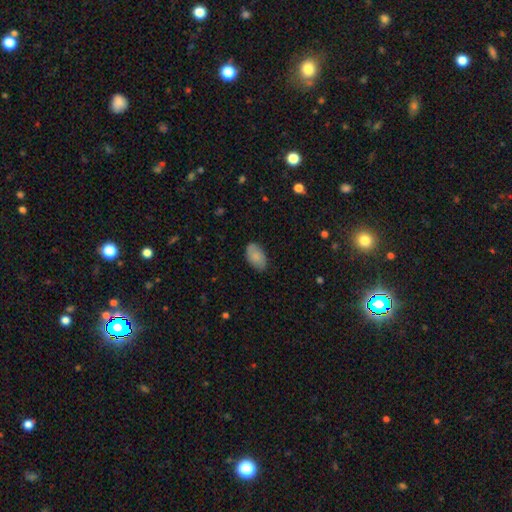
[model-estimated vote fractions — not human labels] Smooth or featured? smooth (80%)
How rounded? in between (94%)
Merging? none (80%)